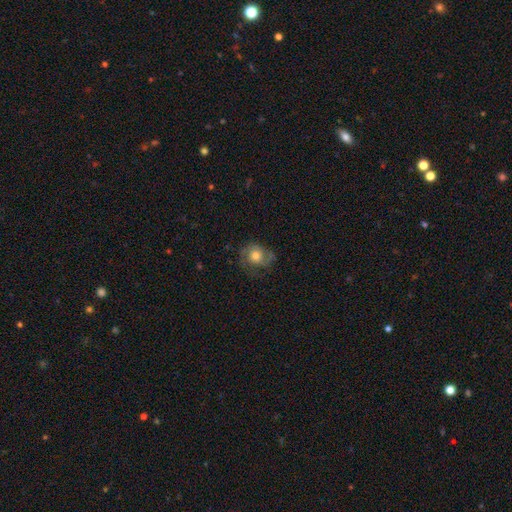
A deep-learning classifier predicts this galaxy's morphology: smooth_or_featured: featured or disk (p=0.51) [alt: smooth p=0.40]
disk_edge_on: no (p=0.97) [alt: yes p=0.03]
merging: none (p=0.62) [alt: minor disturbance p=0.22]